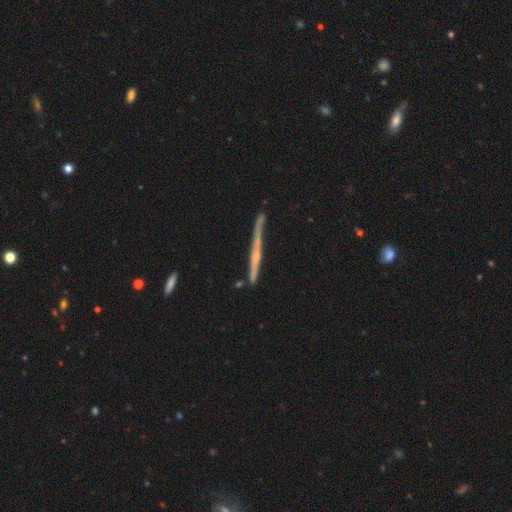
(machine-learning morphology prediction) Overall: featured or disk (71%). Edge-on disk: yes (96%). Edge-on bulge: none (50%; rounded 41%). Merging: none (74%).